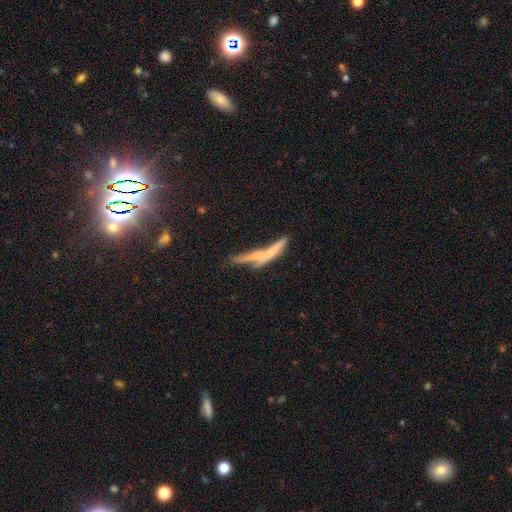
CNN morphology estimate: The model was most divided on "smooth or featured": featured or disk: 46%, smooth: 45%, star or artifact: 9%. Remaining: merging — none (42%).